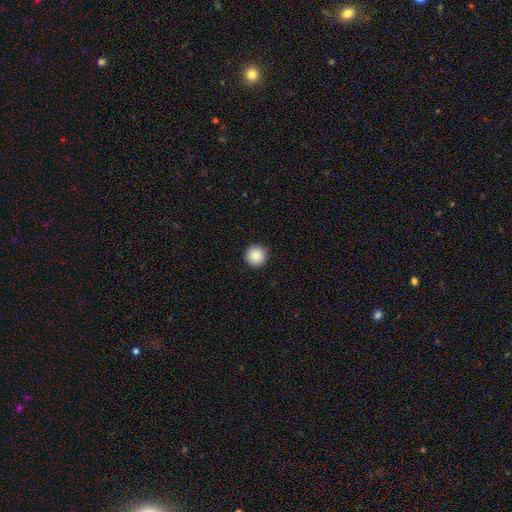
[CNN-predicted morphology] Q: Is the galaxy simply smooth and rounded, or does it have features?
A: smooth — 89%.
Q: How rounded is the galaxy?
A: round — 96%.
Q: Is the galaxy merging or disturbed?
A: none — 92%.